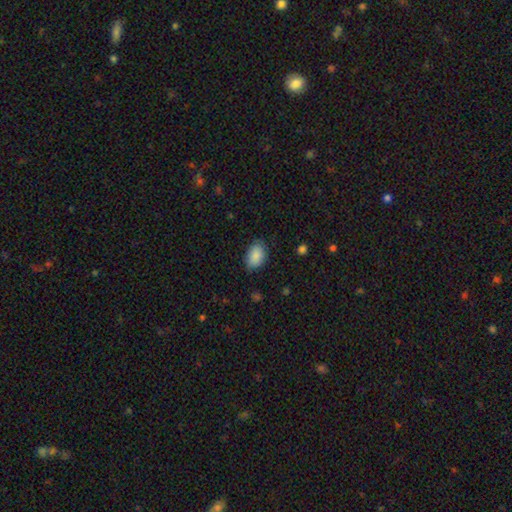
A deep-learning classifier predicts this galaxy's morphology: Smooth or featured?
  - smooth: 88% *
  - star or artifact: 7%
  - featured or disk: 5%
How rounded?
  - in between: 89% *
  - round: 10%
  - cigar-shaped: 1%
Merging?
  - none: 78% *
  - minor disturbance: 18%
  - major disturbance: 3%
  - merger: 1%